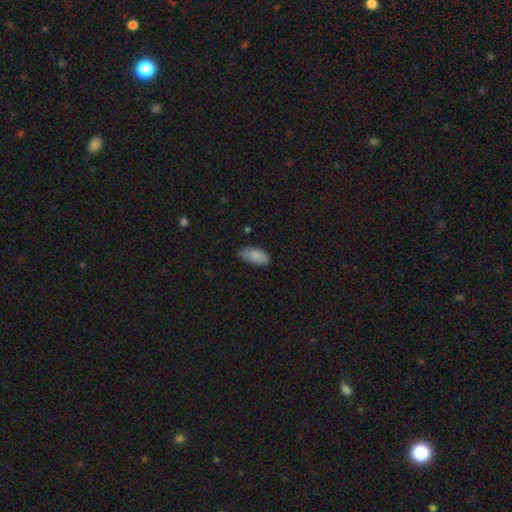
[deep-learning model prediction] Smooth or featured?
  - smooth: 87% *
  - featured or disk: 7%
  - star or artifact: 6%
How rounded?
  - in between: 91% *
  - cigar-shaped: 7%
  - round: 2%
Merging?
  - none: 76% *
  - minor disturbance: 20%
  - major disturbance: 3%
  - merger: 1%